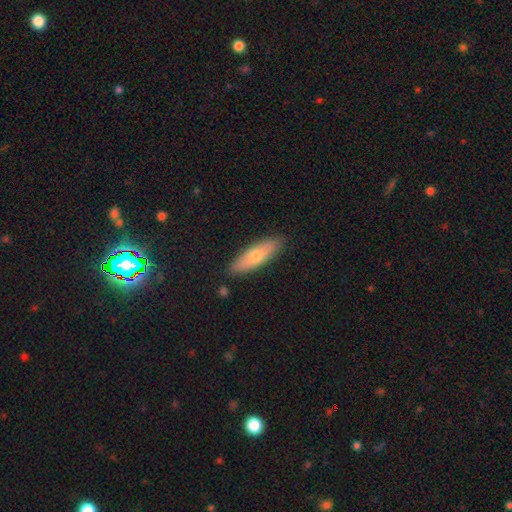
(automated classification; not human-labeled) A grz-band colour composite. It shows a smooth galaxy with no disk features (65%) that is cigar-shaped (50%). Merging: none (86%).